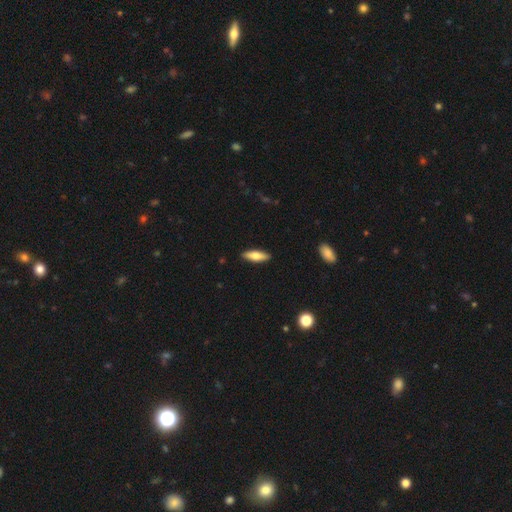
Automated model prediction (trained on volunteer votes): Smooth or featured? smooth (69%)
How rounded? cigar-shaped (51%)
Merging? none (89%)